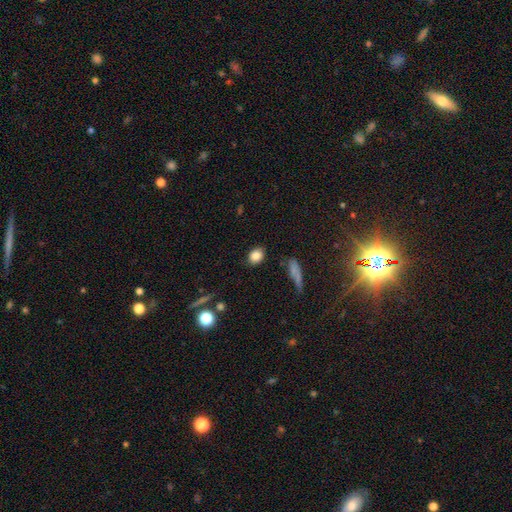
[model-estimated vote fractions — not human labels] smooth_or_featured: smooth (p=0.83) [alt: star or artifact p=0.09]
how_rounded: in between (p=0.57) [alt: round p=0.41]
merging: none (p=0.83) [alt: minor disturbance p=0.11]